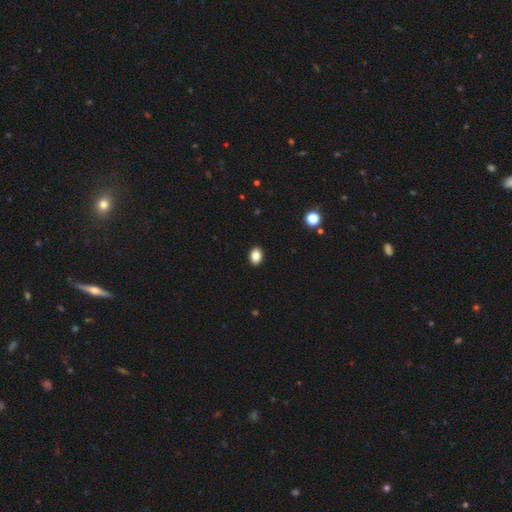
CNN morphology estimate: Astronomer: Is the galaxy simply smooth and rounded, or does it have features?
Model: smooth — 86%.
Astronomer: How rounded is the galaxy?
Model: in between — 72%.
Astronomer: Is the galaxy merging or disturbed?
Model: none — 91%.